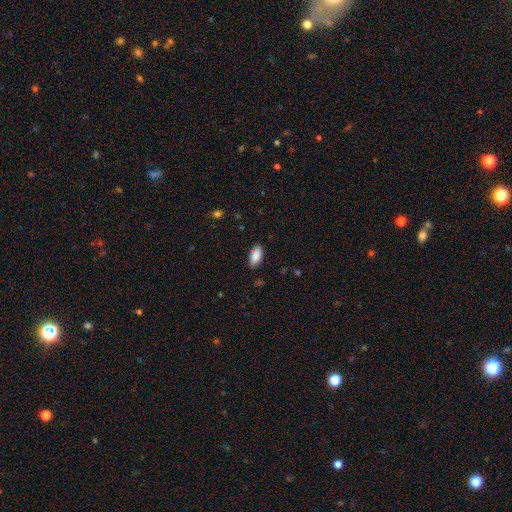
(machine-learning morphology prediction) Smooth or featured? Predicted: smooth (p=0.87). How rounded? Predicted: in between (p=0.92). Merging? Predicted: none (p=0.80).